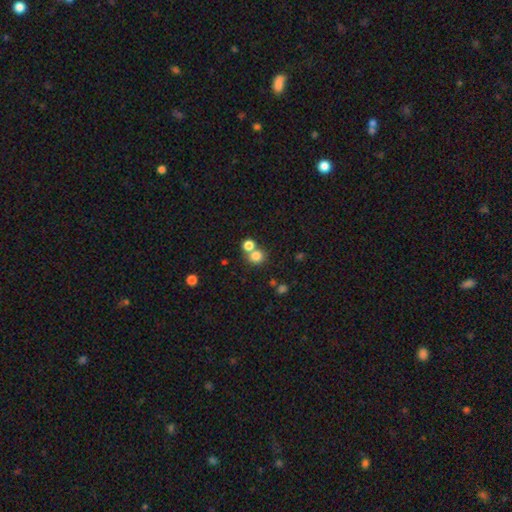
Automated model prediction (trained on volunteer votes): A smooth galaxy with no disk features (79%) that is round (84%). Merging: none (52%).